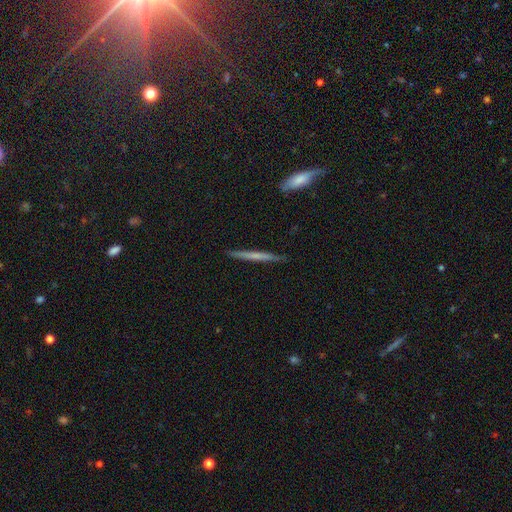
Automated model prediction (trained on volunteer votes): This appears to be a smooth galaxy with no disk features (52%) that is cigar-shaped (96%). Merging: none (89%).